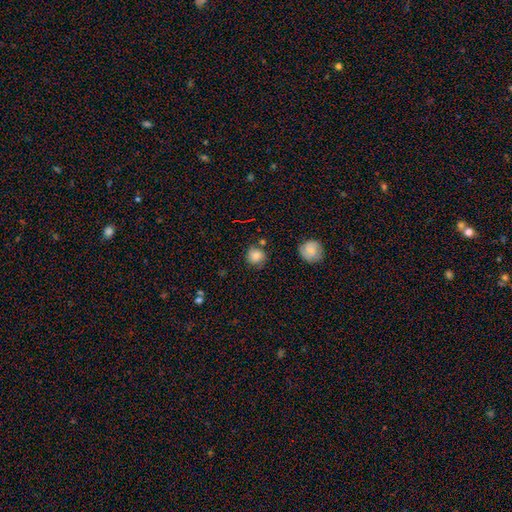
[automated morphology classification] Smooth or featured: smooth — 79% (featured or disk — 11%)
How rounded: round — 90% (in between — 9%)
Merging: none — 74% (minor disturbance — 16%)